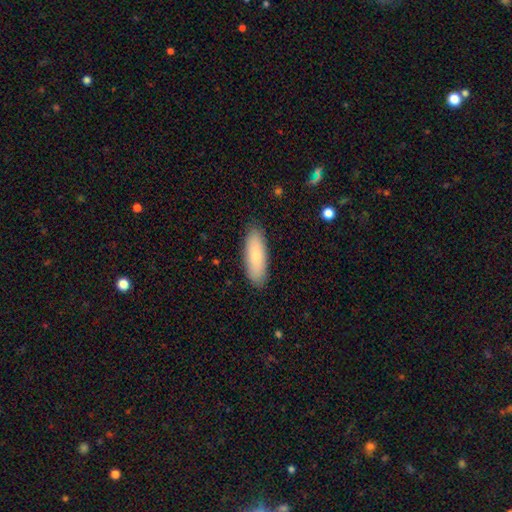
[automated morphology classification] The model was most divided on "how rounded": in between: 62%, cigar-shaped: 37%, round: 2%. More confident: merging — none (88%); smooth or featured — smooth (77%).